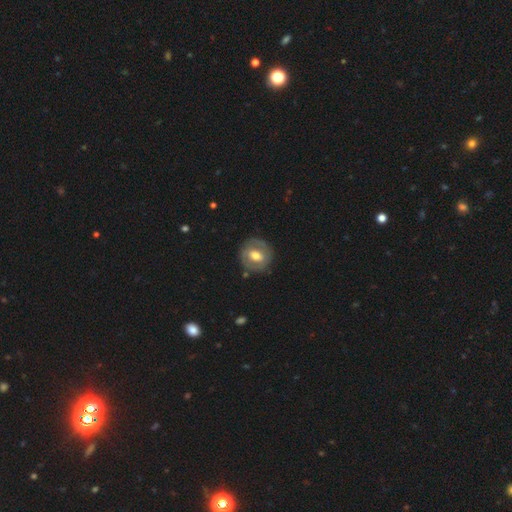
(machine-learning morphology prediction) Smooth or featured? featured or disk (54%)
Edge-on disk? no (96%)
Bar? weak (42%)
Spiral arms? no (59%)
Bulge size? moderate (69%)
Merging? none (80%)